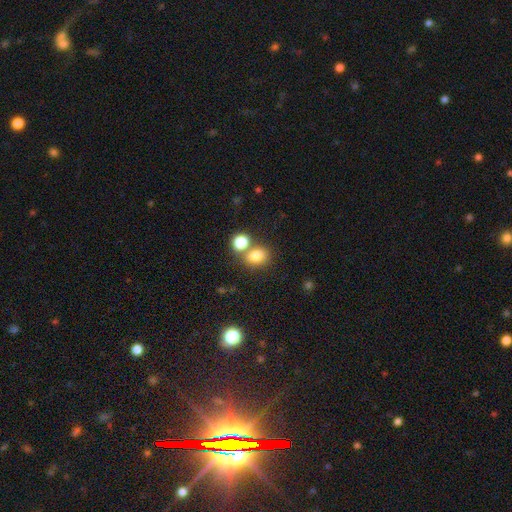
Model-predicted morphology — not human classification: A smooth galaxy with no disk features (79%) that is in between round and cigar-shaped (50%).

Vote fractions:
- Smooth or featured? smooth: 79% / star or artifact: 13% / featured or disk: 8%
- How rounded? in between: 50% / round: 48% / cigar-shaped: 1%
- Merging? none: 56% / merger: 31% / minor disturbance: 10% / major disturbance: 4%